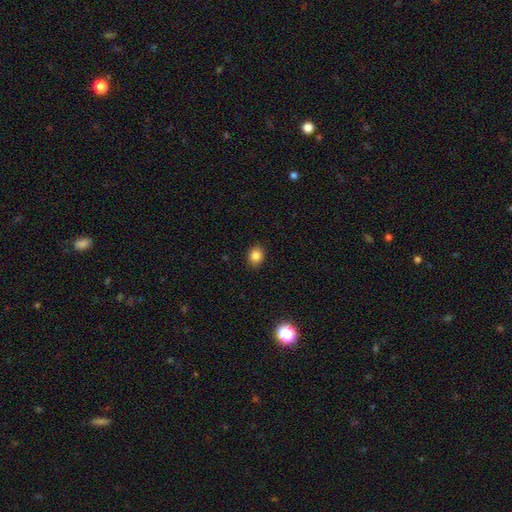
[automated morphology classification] smooth_or_featured: smooth (p=0.85) [alt: star or artifact p=0.11]
how_rounded: round (p=0.57) [alt: in between p=0.42]
merging: none (p=0.89) [alt: minor disturbance p=0.08]